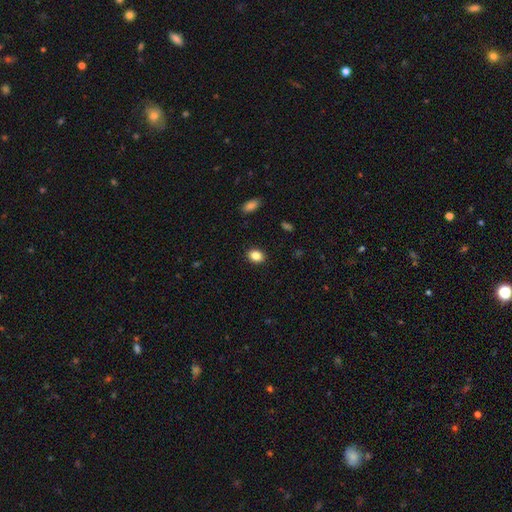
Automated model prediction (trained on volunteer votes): A smooth galaxy with no disk features (85%) that is in between round and cigar-shaped (63%). Merging: none (90%).